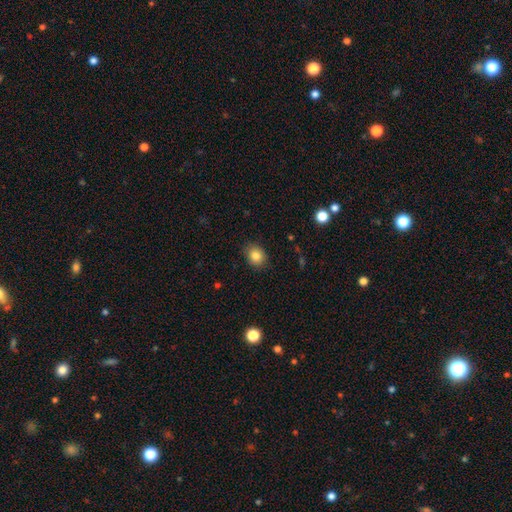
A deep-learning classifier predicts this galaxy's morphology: This is clearly a smooth galaxy (83%). How rounded: possibly round (54%). Merging: clearly none (85%).